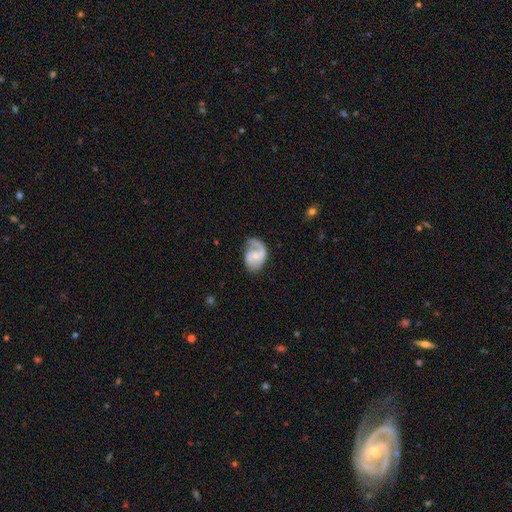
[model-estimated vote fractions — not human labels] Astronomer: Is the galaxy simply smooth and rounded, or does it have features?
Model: featured or disk — 75%.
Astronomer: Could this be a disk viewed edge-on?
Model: no — 97%.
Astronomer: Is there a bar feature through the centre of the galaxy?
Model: no — 59% (runner-up: weak, 34%).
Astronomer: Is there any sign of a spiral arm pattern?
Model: yes — 91%.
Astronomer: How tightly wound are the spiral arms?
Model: medium — 45% (runner-up: loose, 28%).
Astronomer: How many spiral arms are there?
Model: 2 — 53% (runner-up: 1, 37%).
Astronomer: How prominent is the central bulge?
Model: small — 57% (runner-up: moderate, 32%).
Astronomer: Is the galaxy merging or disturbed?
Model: none — 52%.